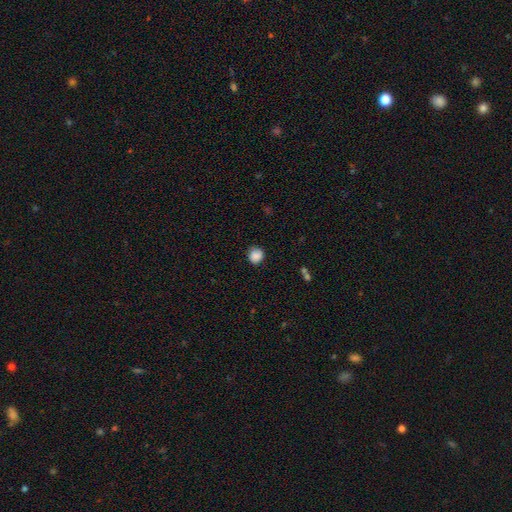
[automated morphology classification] smooth 87%, star or artifact 9%, featured or disk 4%. Down the decision tree: how rounded — round (87%); merging — none (83%).